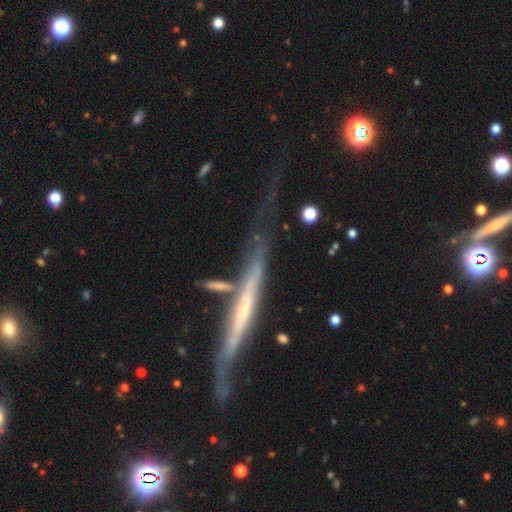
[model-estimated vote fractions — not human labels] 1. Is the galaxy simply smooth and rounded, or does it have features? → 77% featured or disk, 16% smooth, 7% star or artifact.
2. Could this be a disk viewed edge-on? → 88% yes, 12% no.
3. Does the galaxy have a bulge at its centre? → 62% none, 26% rounded, 11% boxy.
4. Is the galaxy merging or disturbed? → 49% none, 27% minor disturbance, 15% major disturbance, 9% merger.